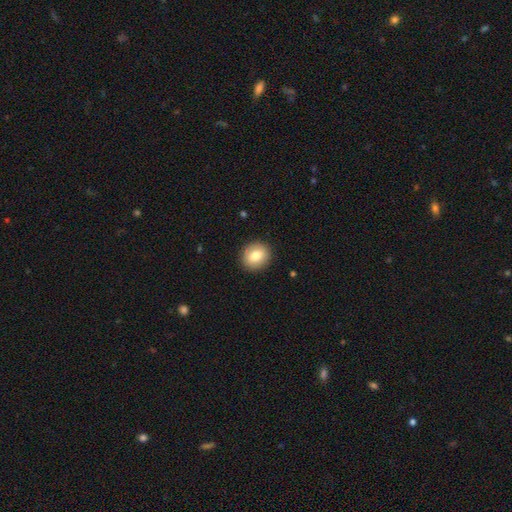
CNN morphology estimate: Smooth or featured: smooth — 77% (featured or disk — 15%)
How rounded: round — 80% (in between — 19%)
Merging: none — 90% (minor disturbance — 7%)